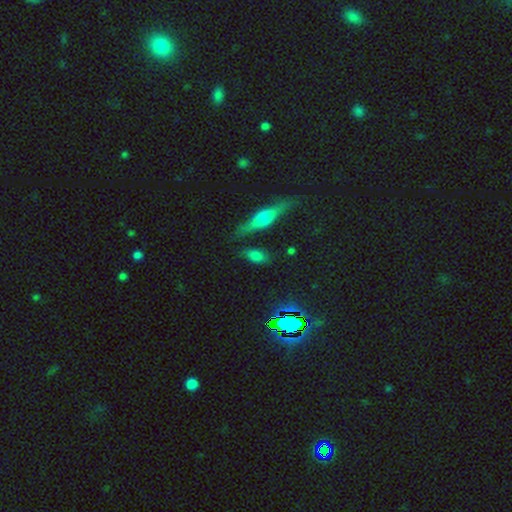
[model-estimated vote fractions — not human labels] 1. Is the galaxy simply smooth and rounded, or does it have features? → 64% smooth, 19% star or artifact, 17% featured or disk.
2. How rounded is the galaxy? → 75% in between, 13% cigar-shaped, 12% round.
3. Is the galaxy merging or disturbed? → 74% none, 16% minor disturbance, 5% major disturbance, 4% merger.